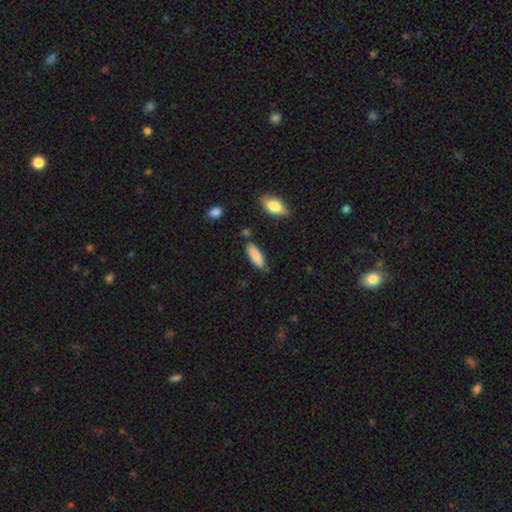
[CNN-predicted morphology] Smooth or featured: smooth — 86% (featured or disk — 8%)
How rounded: in between — 62% (cigar-shaped — 37%)
Merging: none — 76% (minor disturbance — 17%)